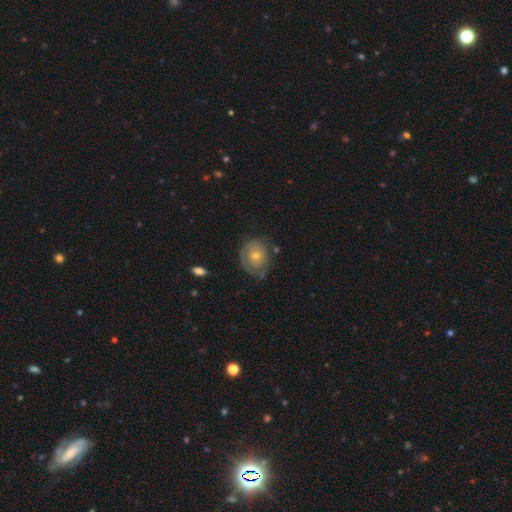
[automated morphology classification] The model was most divided on "bulge size": small: 52%, moderate: 44%, large: 2%, none: 1%, dominant: 1%. More confident: edge-on disk — no (96%); bar — no (86%); spiral arms — yes (66%); merging — none (64%); smooth or featured — featured or disk (55%).